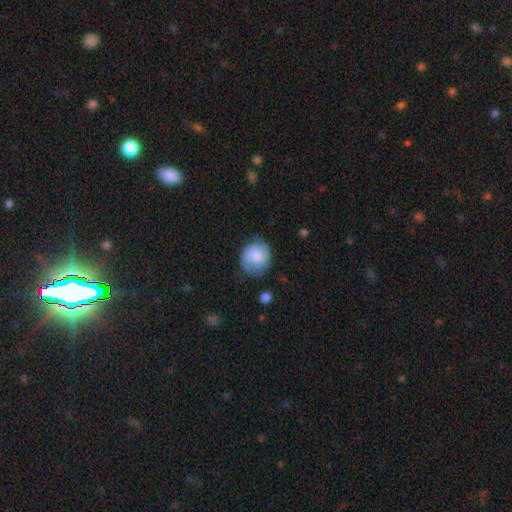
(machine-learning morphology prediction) This is likely a smooth galaxy (61%). How rounded: likely round (74%). Merging: likely none (60%).